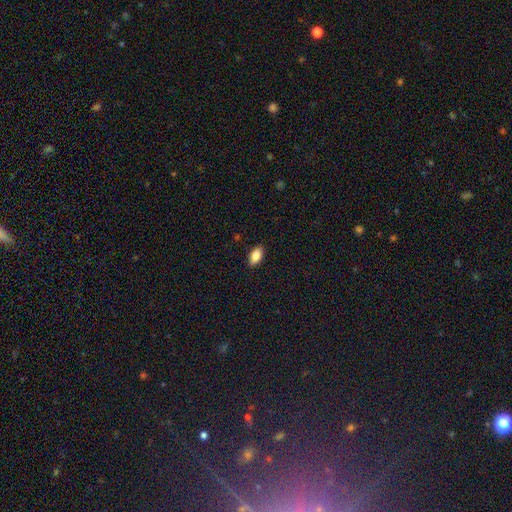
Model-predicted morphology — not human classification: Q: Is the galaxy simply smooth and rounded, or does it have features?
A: smooth — 83%.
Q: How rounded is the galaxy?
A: in between — 90%.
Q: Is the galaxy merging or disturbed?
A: none — 88%.